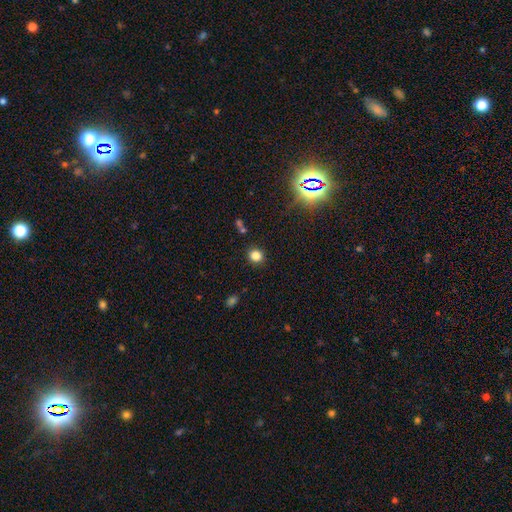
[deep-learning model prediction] smooth_or_featured: smooth (p=0.81) [alt: star or artifact p=0.14]
how_rounded: round (p=0.86) [alt: in between p=0.13]
merging: none (p=0.88) [alt: minor disturbance p=0.07]